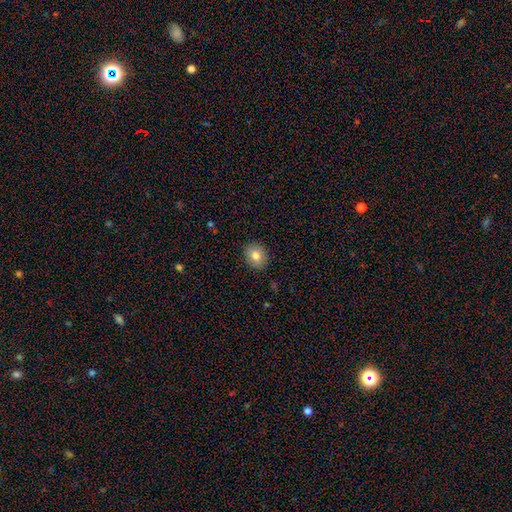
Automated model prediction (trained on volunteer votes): Smooth or featured? smooth (80%)
How rounded? round (58%)
Merging? none (89%)